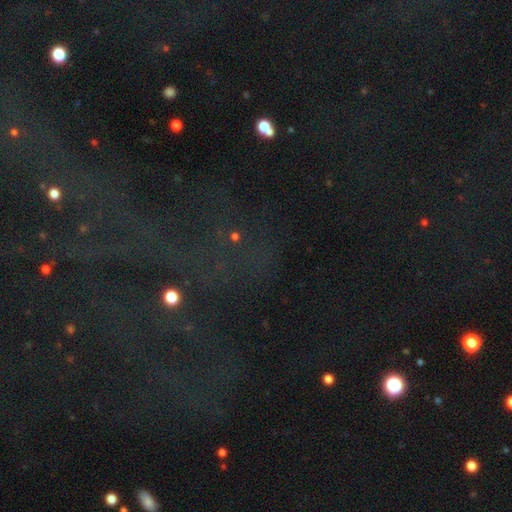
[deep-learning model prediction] Smooth or featured? star or artifact (77%)